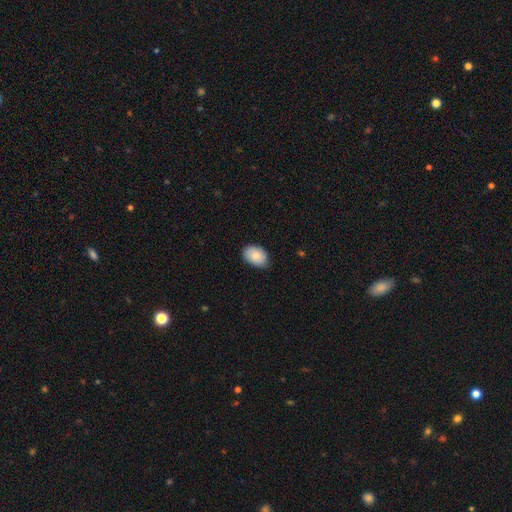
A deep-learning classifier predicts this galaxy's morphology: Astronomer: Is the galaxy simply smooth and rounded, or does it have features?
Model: smooth — 81%.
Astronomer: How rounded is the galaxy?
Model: in between — 84%.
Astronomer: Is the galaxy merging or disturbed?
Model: none — 76%.